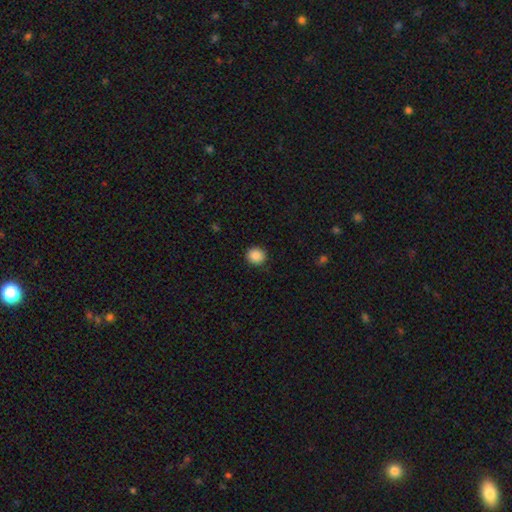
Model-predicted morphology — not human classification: Q: Smooth or featured?
A: smooth (89%); runner-up: star or artifact (9%)
Q: How rounded?
A: round (87%); runner-up: in between (12%)
Q: Merging?
A: none (90%); runner-up: minor disturbance (7%)